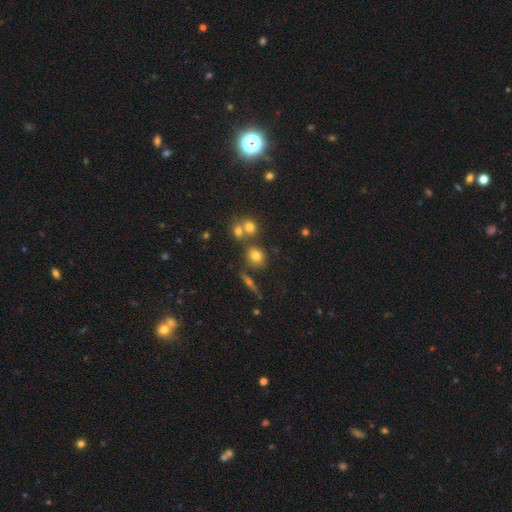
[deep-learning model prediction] smooth 71%, star or artifact 15%, featured or disk 13%. Down the decision tree: how rounded — round (70%); merging — none (67%).